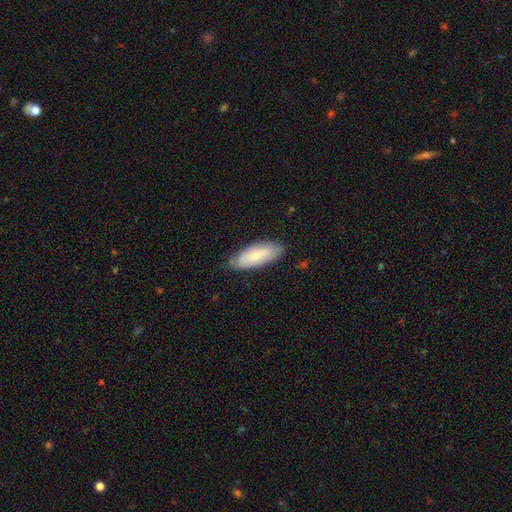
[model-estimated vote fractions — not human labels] A smooth galaxy with no disk features (75%) that is in between round and cigar-shaped (77%). Merging: none (78%).